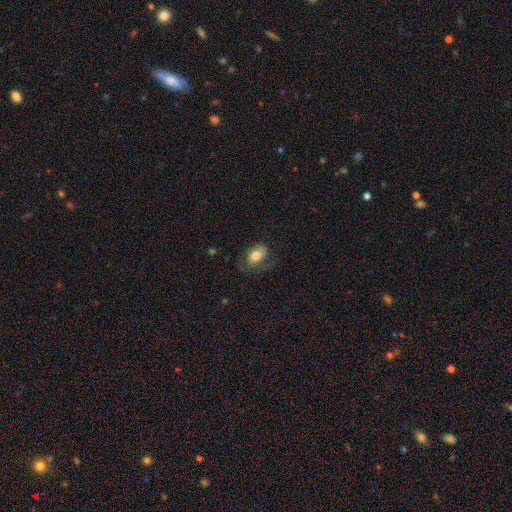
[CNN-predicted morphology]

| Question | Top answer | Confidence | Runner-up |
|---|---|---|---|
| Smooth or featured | smooth | 73% | featured or disk (19%) |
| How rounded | in between | 81% | round (18%) |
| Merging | none | 55% | minor disturbance (26%) |